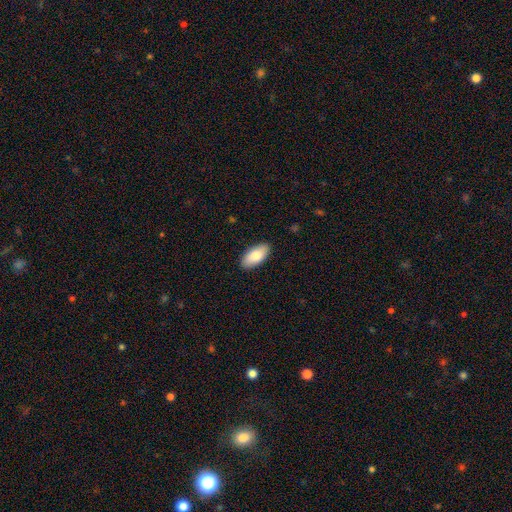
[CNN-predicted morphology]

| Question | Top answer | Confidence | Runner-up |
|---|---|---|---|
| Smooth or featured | smooth | 83% | featured or disk (12%) |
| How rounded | in between | 92% | cigar-shaped (6%) |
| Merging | none | 89% | minor disturbance (8%) |